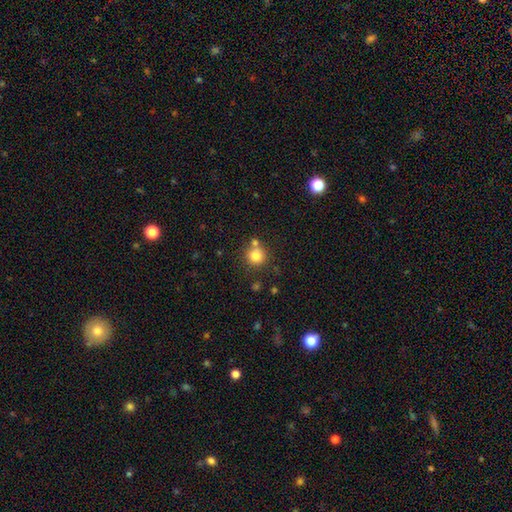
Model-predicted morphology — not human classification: This is likely a smooth galaxy (79%). How rounded: clearly round (92%). Merging: likely none (68%).